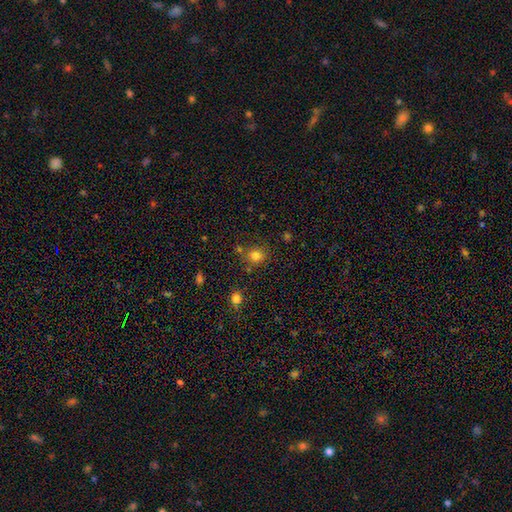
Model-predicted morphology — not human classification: This is likely a smooth galaxy (79%). How rounded: likely round (76%). Merging: likely none (70%).